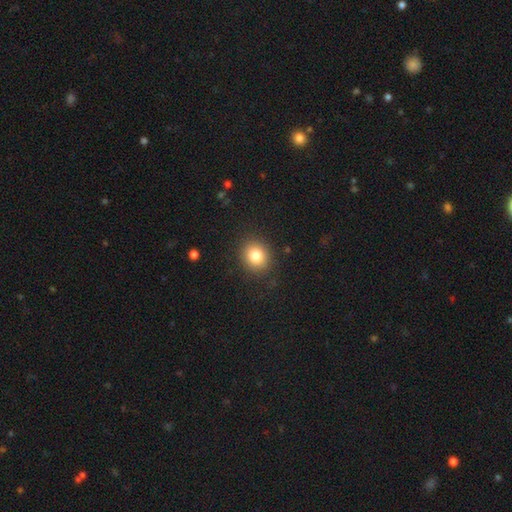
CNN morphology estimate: Smooth or featured? Predicted: smooth (p=0.82). How rounded? Predicted: round (p=0.74). Merging? Predicted: none (p=0.88).